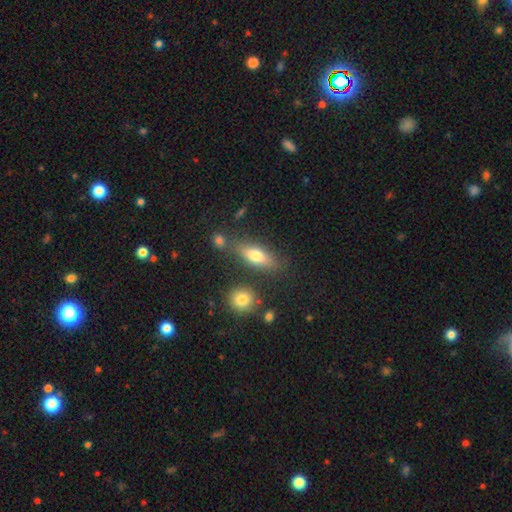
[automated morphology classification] Smooth or featured: smooth — 68% (featured or disk — 23%)
How rounded: in between — 64% (cigar-shaped — 31%)
Merging: none — 73% (minor disturbance — 14%)